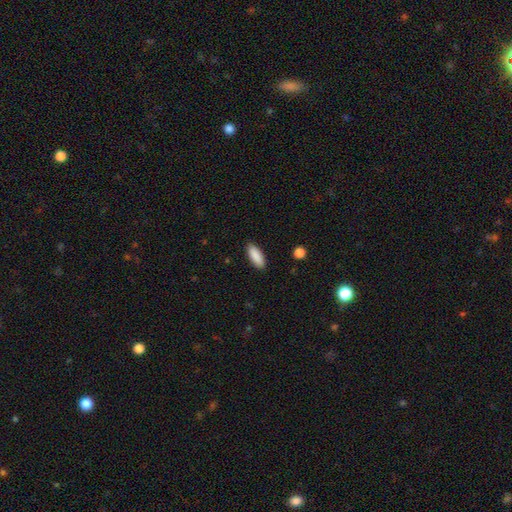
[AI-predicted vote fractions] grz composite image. It shows a smooth galaxy with no disk features (90%) that is in between round and cigar-shaped (73%). Merging: none (89%).